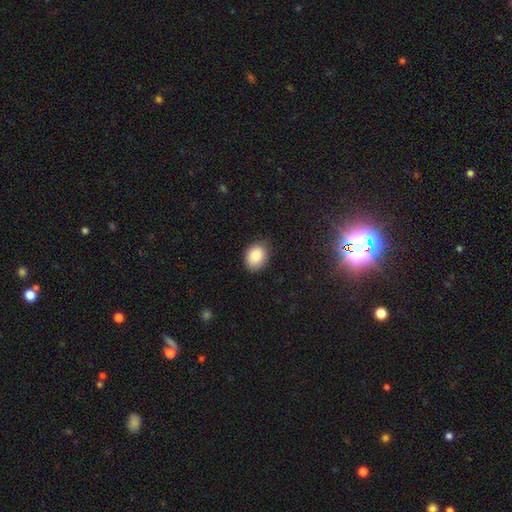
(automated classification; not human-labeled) smooth_or_featured: smooth (p=0.88) [alt: star or artifact p=0.08]
how_rounded: in between (p=0.70) [alt: round p=0.29]
merging: none (p=0.82) [alt: minor disturbance p=0.15]